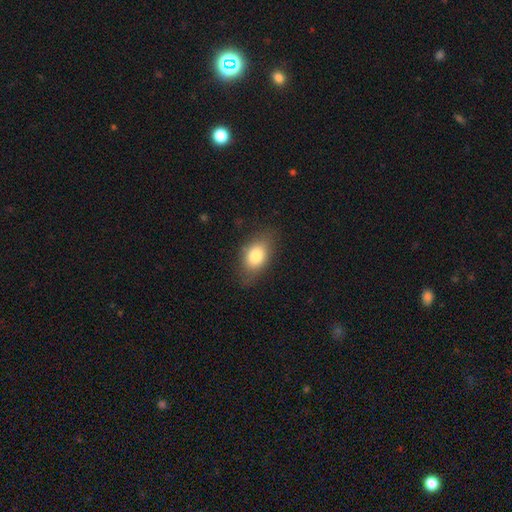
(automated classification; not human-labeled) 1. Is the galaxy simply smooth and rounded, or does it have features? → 79% smooth, 13% featured or disk, 8% star or artifact.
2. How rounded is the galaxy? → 83% in between, 15% round, 2% cigar-shaped.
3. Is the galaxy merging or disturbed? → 75% none, 19% minor disturbance, 5% major disturbance, 1% merger.